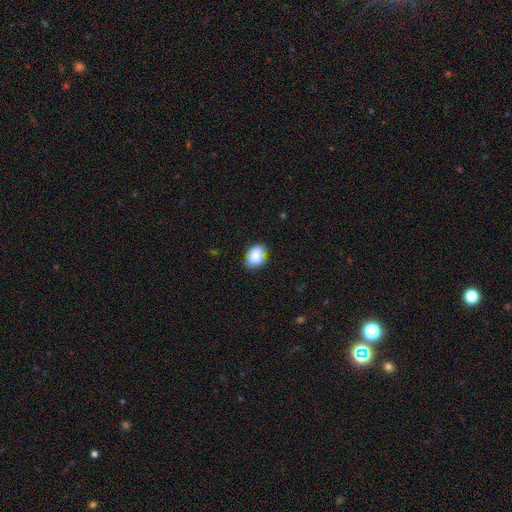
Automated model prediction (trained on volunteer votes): A smooth galaxy with no disk features (86%) that is in between round and cigar-shaped (75%).

Vote fractions:
- Smooth or featured? smooth: 86% / star or artifact: 8% / featured or disk: 6%
- How rounded? in between: 75% / round: 24% / cigar-shaped: 1%
- Merging? none: 71% / minor disturbance: 23% / major disturbance: 4% / merger: 2%